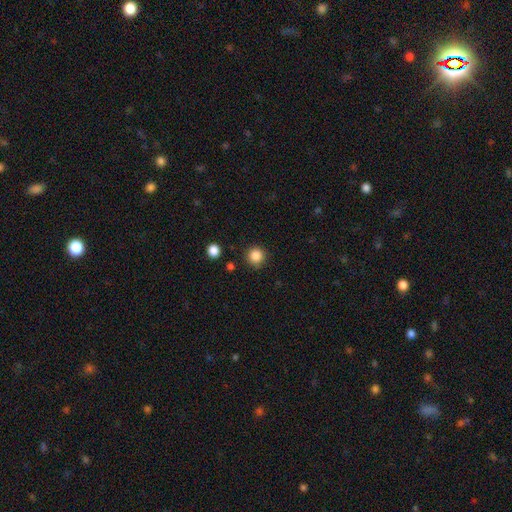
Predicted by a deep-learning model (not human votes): This appears to be a smooth galaxy with no disk features (86%) that is round (95%). Merging: none (87%).